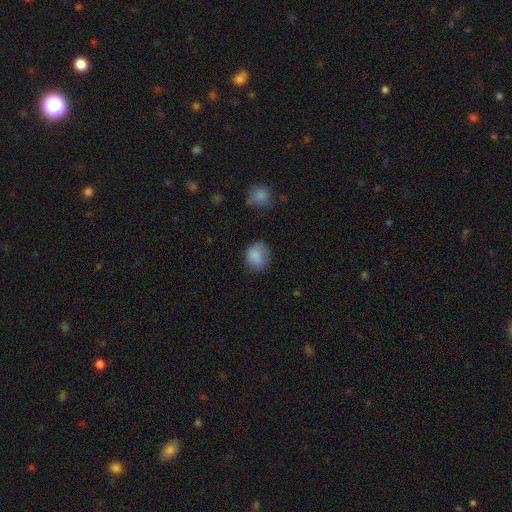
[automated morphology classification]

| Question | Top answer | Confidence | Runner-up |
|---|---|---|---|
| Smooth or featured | smooth | 86% | star or artifact (9%) |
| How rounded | round | 74% | in between (25%) |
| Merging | none | 72% | minor disturbance (21%) |